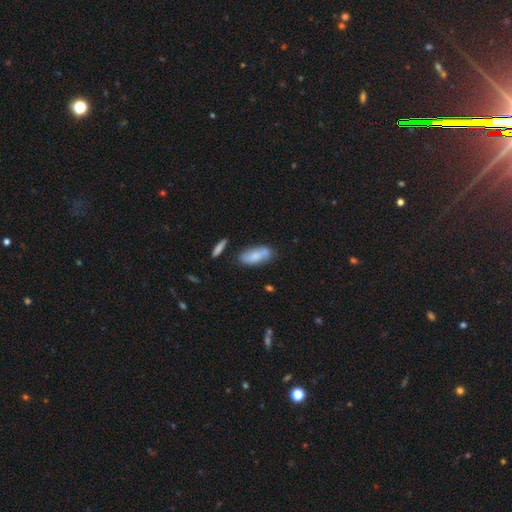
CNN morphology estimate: This appears to be a smooth galaxy with no disk features (72%) that is in between round and cigar-shaped (78%). Merging: none (70%).